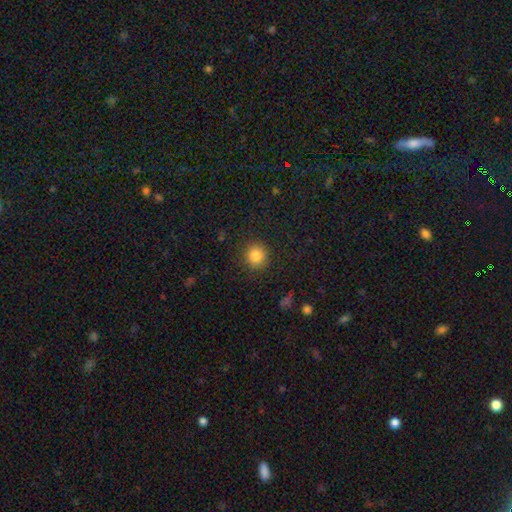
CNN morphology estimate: Overall: smooth (85%). How rounded: round (91%). Merging: none (89%).